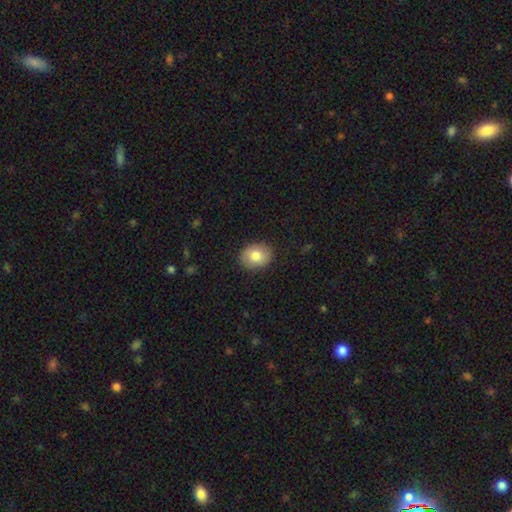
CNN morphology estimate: This is clearly a smooth galaxy (82%). How rounded: possibly in between (55%). Merging: clearly none (88%).